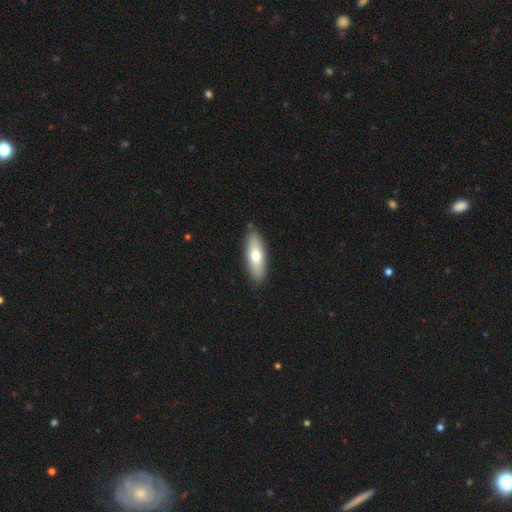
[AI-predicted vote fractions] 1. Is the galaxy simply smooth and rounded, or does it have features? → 67% smooth, 27% featured or disk, 6% star or artifact.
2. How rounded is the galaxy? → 61% in between, 36% cigar-shaped, 2% round.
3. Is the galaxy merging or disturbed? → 87% none, 9% minor disturbance, 2% major disturbance, 1% merger.